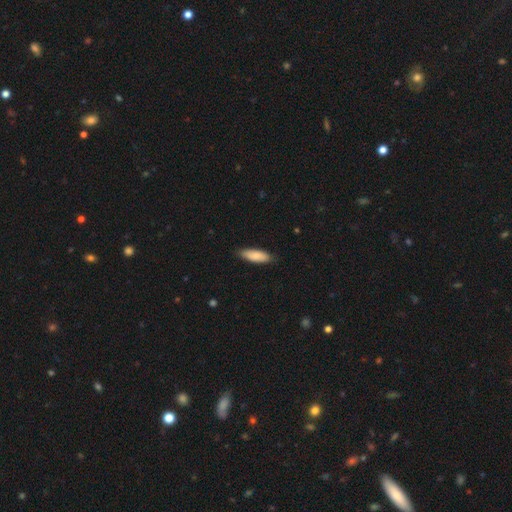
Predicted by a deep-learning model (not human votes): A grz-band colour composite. It shows a smooth galaxy with no disk features (84%) that is in between round and cigar-shaped (57%). Merging: none (83%).